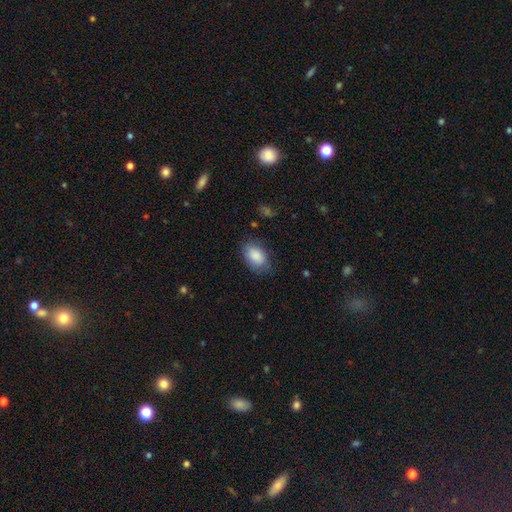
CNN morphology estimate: Smooth or featured: smooth — 86% (featured or disk — 7%)
How rounded: in between — 90% (round — 9%)
Merging: none — 74% (minor disturbance — 19%)